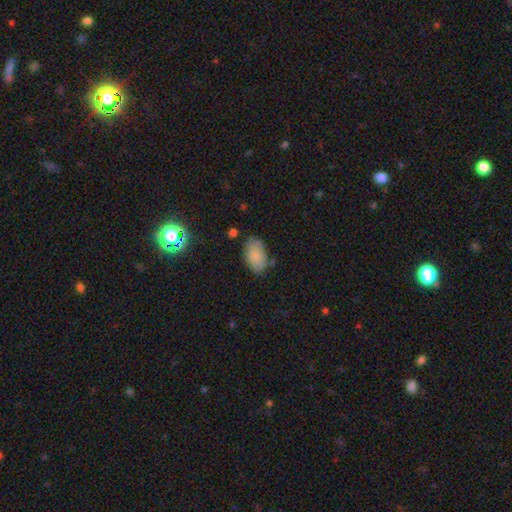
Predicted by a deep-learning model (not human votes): The model was most divided on "merging": none: 70%, minor disturbance: 21%, major disturbance: 5%, merger: 4%. More confident: how rounded — in between (93%); smooth or featured — smooth (82%).